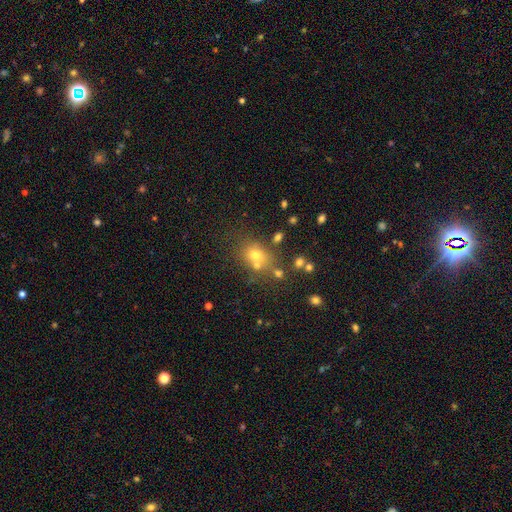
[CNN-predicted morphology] Overall: smooth (62%). How rounded: round (60%; in between 39%). Merging: none (57%; merger 24%).